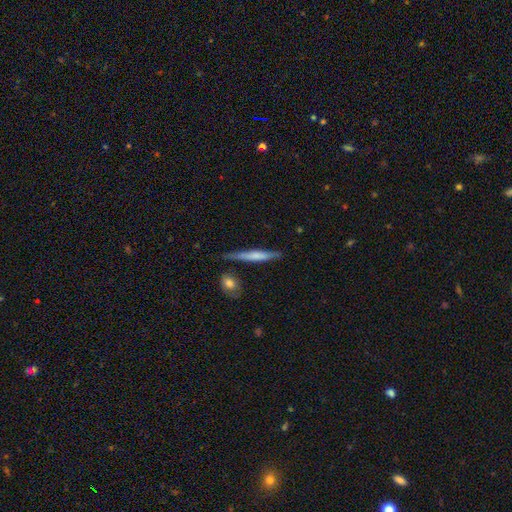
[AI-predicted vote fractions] This is possibly a smooth galaxy (51%). How rounded: clearly cigar-shaped (93%). Merging: likely none (78%).